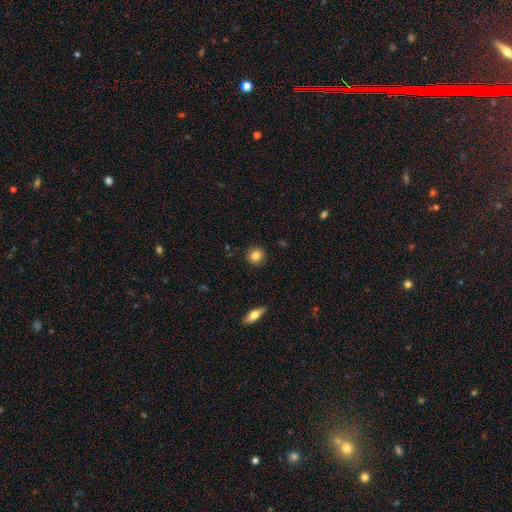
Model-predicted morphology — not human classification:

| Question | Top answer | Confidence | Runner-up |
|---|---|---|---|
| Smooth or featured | smooth | 83% | star or artifact (9%) |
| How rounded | round | 90% | in between (9%) |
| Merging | none | 91% | minor disturbance (6%) |